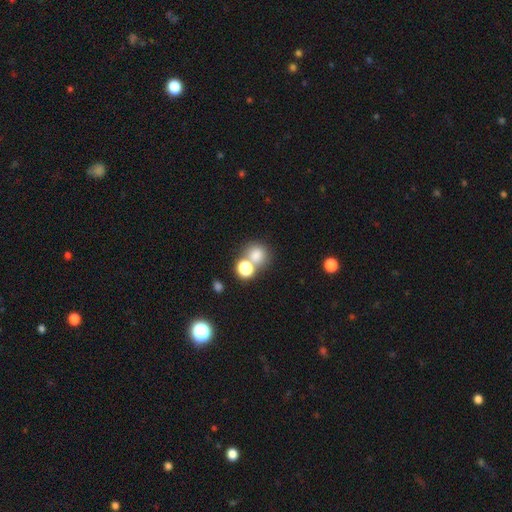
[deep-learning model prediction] Morphology: type=smooth (76%); roundness=round (84%); merging=none (55%).